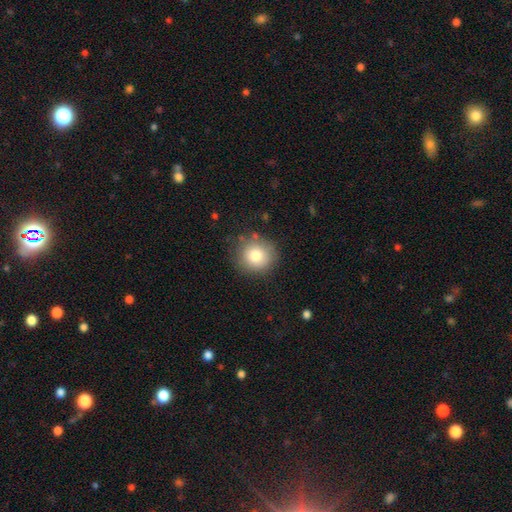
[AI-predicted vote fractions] Overall: smooth (79%). How rounded: round (91%). Merging: none (84%).